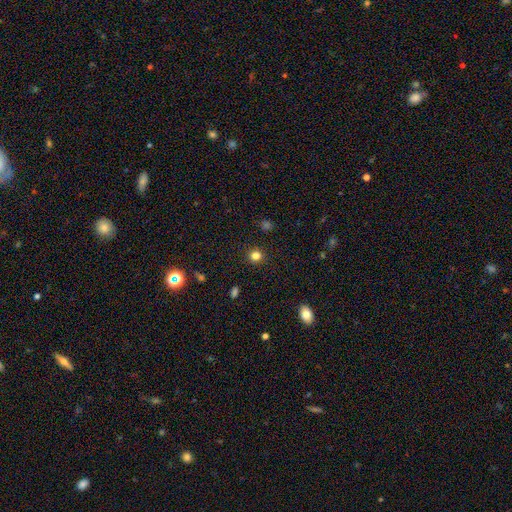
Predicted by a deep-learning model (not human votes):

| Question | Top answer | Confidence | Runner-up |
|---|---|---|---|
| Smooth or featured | smooth | 81% | star or artifact (14%) |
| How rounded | round | 90% | in between (9%) |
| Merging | none | 91% | minor disturbance (5%) |